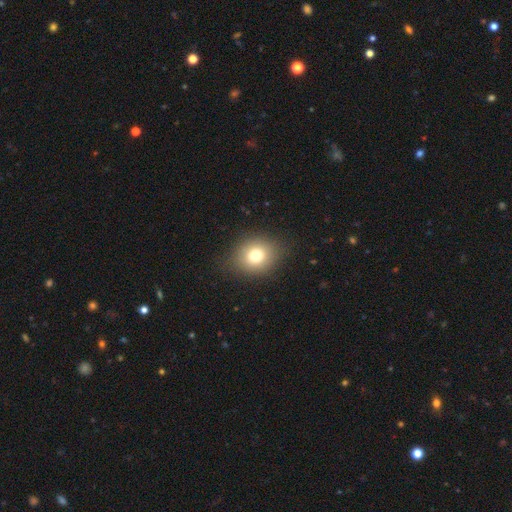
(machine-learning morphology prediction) type=smooth (75%); roundness=round (64%); merging=none (85%).